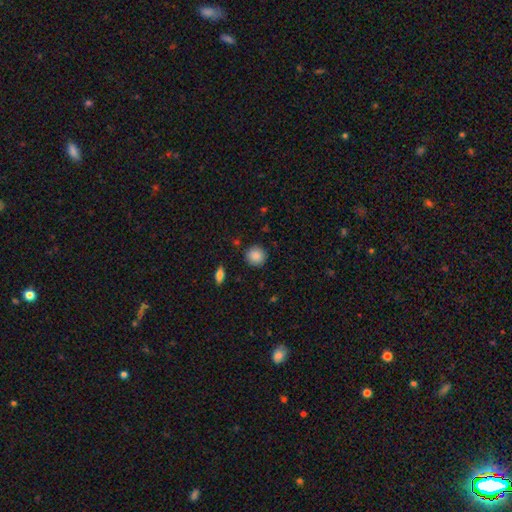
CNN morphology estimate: Smooth or featured: smooth — 87% (star or artifact — 8%)
How rounded: round — 93% (in between — 6%)
Merging: none — 90% (minor disturbance — 7%)